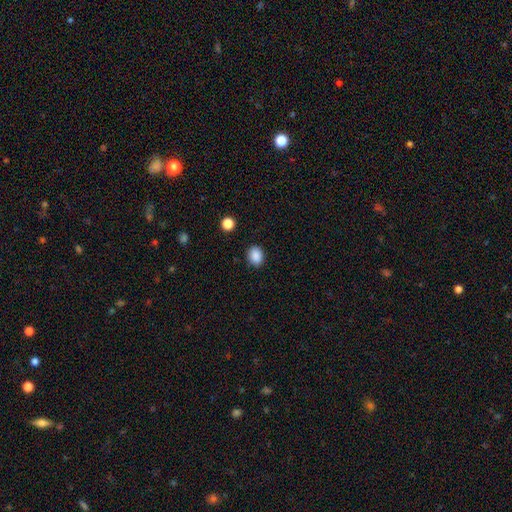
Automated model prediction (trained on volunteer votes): The model was most divided on "how rounded": in between: 52%, round: 47%, cigar-shaped: 1%. More confident: smooth or featured — smooth (88%); merging — none (87%).